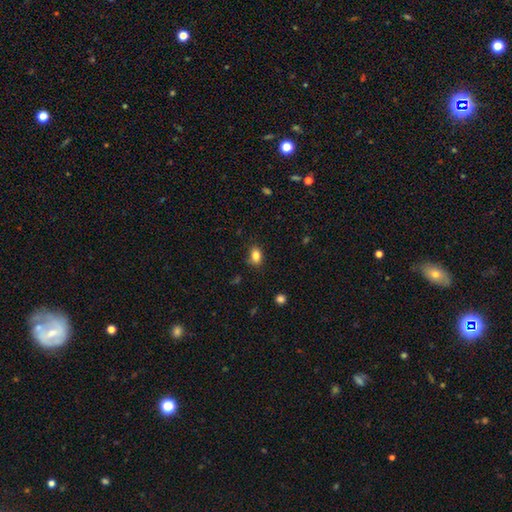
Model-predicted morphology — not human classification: This is clearly a smooth galaxy (83%). How rounded: likely in between (77%). Merging: likely none (79%).